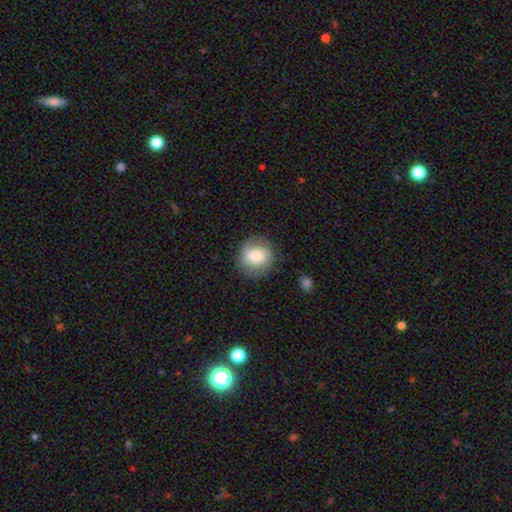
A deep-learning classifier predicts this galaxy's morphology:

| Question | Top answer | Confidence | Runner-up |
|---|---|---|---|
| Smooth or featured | smooth | 73% | featured or disk (19%) |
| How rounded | round | 83% | in between (16%) |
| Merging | none | 79% | minor disturbance (14%) |